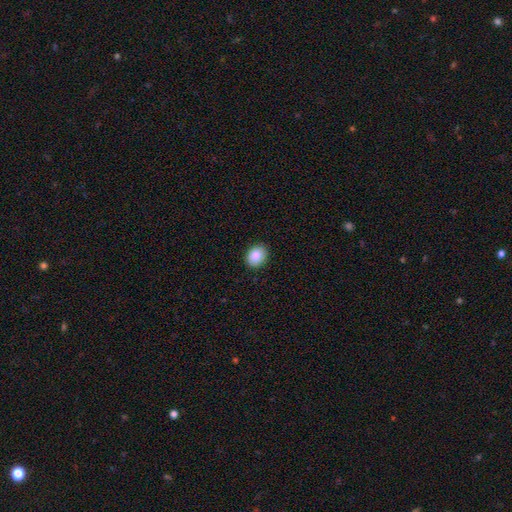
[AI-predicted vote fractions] A smooth galaxy with no disk features (88%) that is in between round and cigar-shaped (53%).

Vote fractions:
- Smooth or featured? smooth: 88% / star or artifact: 8% / featured or disk: 4%
- How rounded? in between: 53% / round: 46% / cigar-shaped: 1%
- Merging? none: 89% / minor disturbance: 8% / major disturbance: 2% / merger: 1%